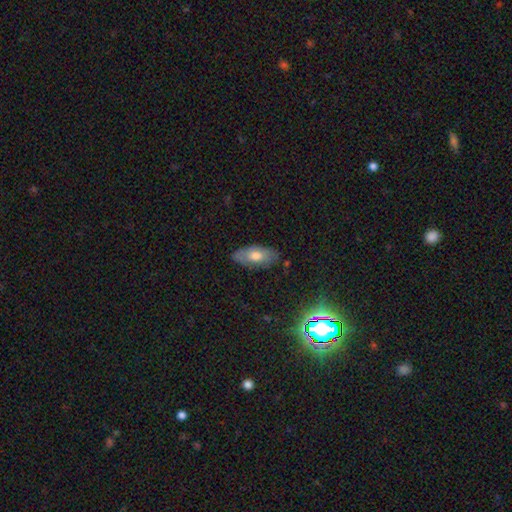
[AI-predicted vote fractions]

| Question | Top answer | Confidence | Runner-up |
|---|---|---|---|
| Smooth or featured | smooth | 65% | featured or disk (27%) |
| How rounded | in between | 88% | cigar-shaped (9%) |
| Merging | none | 80% | minor disturbance (15%) |